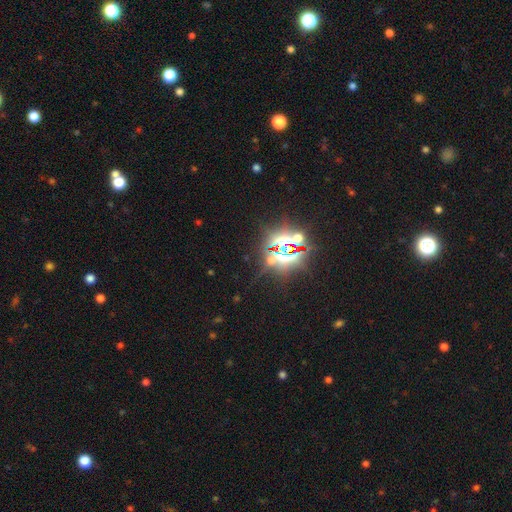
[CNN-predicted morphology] Smooth or featured?
  - star or artifact: 83% *
  - smooth: 9%
  - featured or disk: 8%